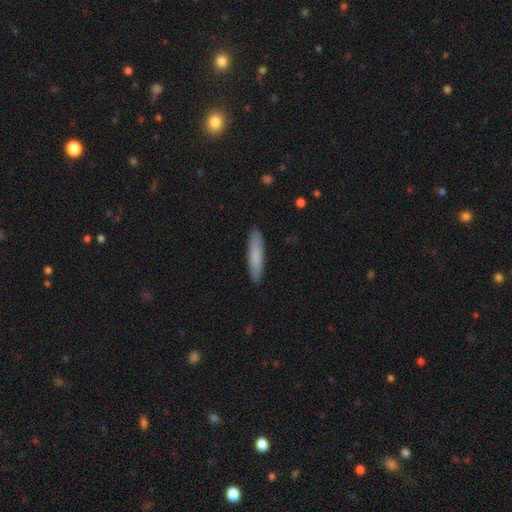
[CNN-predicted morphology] Q: Smooth or featured?
A: smooth (80%); runner-up: featured or disk (15%)
Q: How rounded?
A: cigar-shaped (86%); runner-up: in between (12%)
Q: Merging?
A: none (90%); runner-up: minor disturbance (7%)